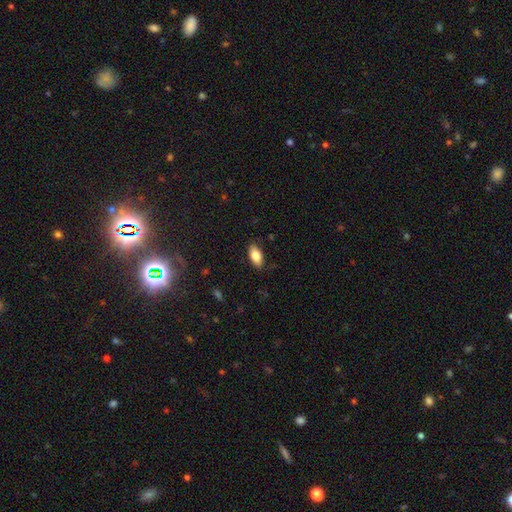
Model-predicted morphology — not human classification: Smooth or featured?
  - smooth: 81% *
  - featured or disk: 12%
  - star or artifact: 7%
How rounded?
  - in between: 90% *
  - cigar-shaped: 7%
  - round: 3%
Merging?
  - none: 85% *
  - minor disturbance: 11%
  - major disturbance: 2%
  - merger: 1%